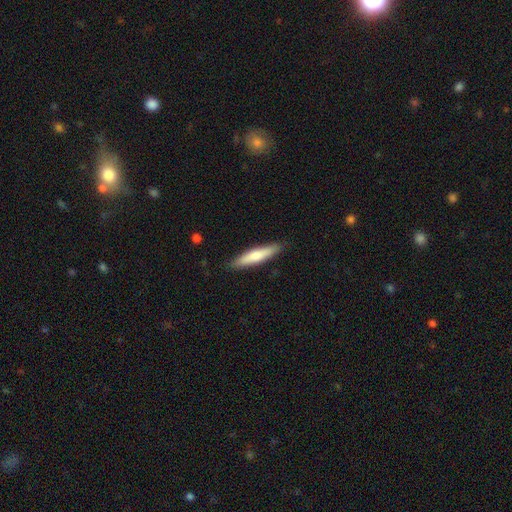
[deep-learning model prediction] Smooth or featured: smooth — 67% (featured or disk — 28%)
How rounded: cigar-shaped — 87% (in between — 12%)
Merging: none — 89% (minor disturbance — 8%)